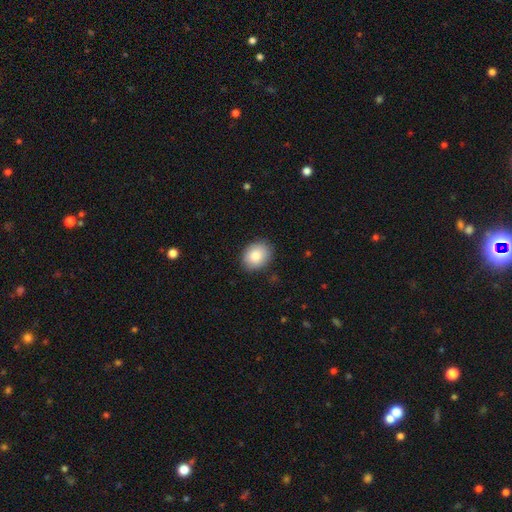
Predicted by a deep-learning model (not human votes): Smooth or featured?
  - smooth: 85% *
  - featured or disk: 8%
  - star or artifact: 8%
How rounded?
  - in between: 52% *
  - round: 47%
  - cigar-shaped: 1%
Merging?
  - none: 88% *
  - minor disturbance: 9%
  - major disturbance: 2%
  - merger: 1%